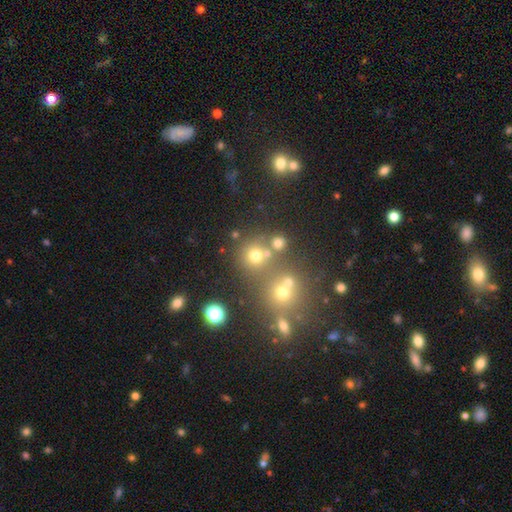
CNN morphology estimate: smooth 69%, star or artifact 22%, featured or disk 9%. Down the decision tree: how rounded — round (89%); merging — none (67%).